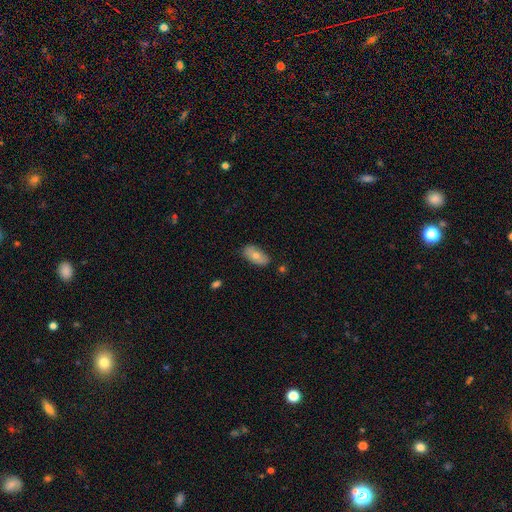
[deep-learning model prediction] This is likely a smooth galaxy (71%). How rounded: clearly in between (92%). Merging: clearly none (81%).